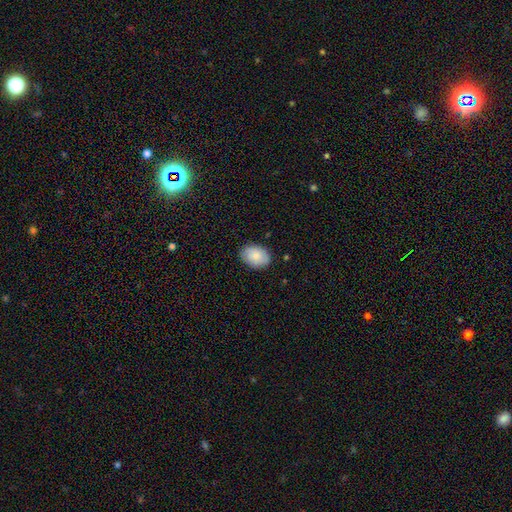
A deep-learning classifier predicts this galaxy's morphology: Smooth or featured?
  - smooth: 84% *
  - featured or disk: 9%
  - star or artifact: 6%
How rounded?
  - in between: 81% *
  - round: 18%
  - cigar-shaped: 1%
Merging?
  - none: 85% *
  - minor disturbance: 11%
  - major disturbance: 2%
  - merger: 1%